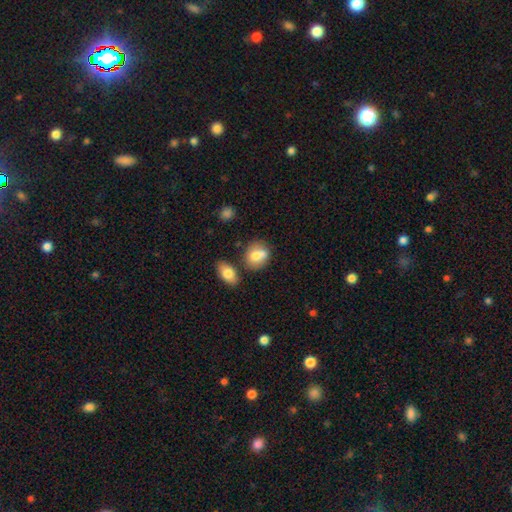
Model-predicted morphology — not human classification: Smooth or featured? smooth (75%)
How rounded? round (56%)
Merging? none (48%)